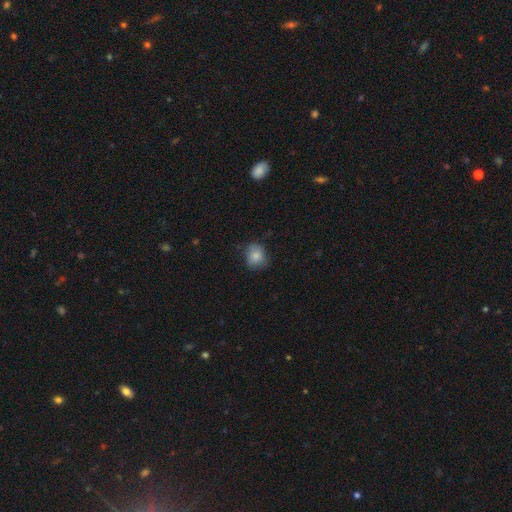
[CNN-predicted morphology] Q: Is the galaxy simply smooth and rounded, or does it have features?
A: smooth — 80%.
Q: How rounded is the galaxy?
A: round — 68%.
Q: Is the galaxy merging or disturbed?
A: none — 68%.